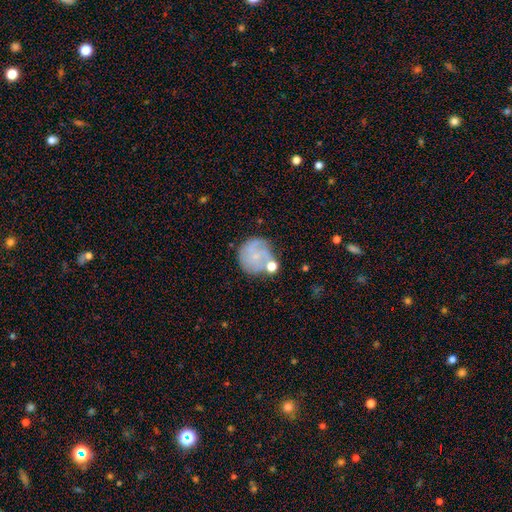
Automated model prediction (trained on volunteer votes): smooth-or-featured: smooth: 49% | featured or disk: 41% | star or artifact: 10%
  merging: none: 52% | minor disturbance: 22% | merger: 13% | major disturbance: 13%